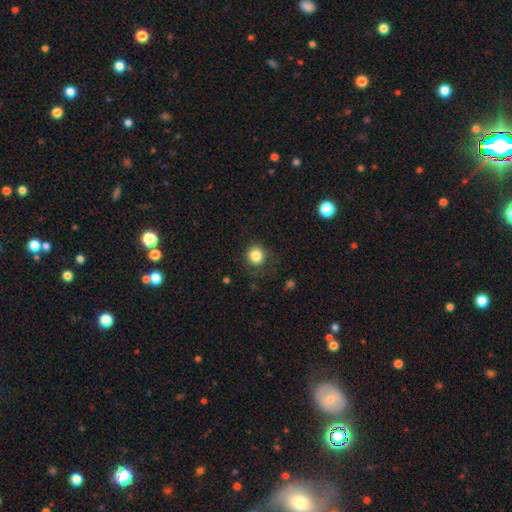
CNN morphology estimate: This appears to be a smooth galaxy with no disk features (84%) that is round (91%). Merging: none (83%).